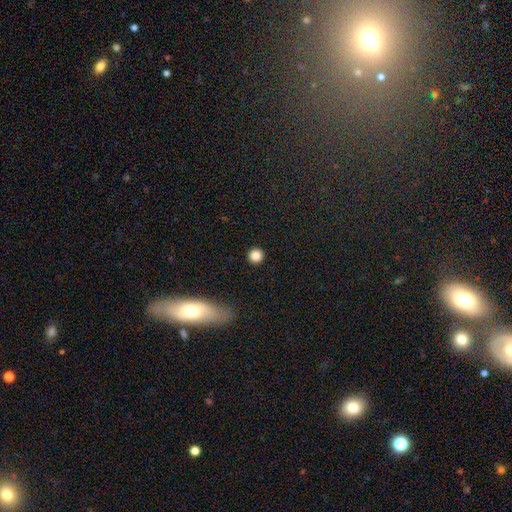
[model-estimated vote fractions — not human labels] Smooth or featured?
  - smooth: 85% *
  - star or artifact: 11%
  - featured or disk: 4%
How rounded?
  - round: 95% *
  - in between: 4%
  - cigar-shaped: 1%
Merging?
  - none: 92% *
  - minor disturbance: 5%
  - major disturbance: 2%
  - merger: 1%